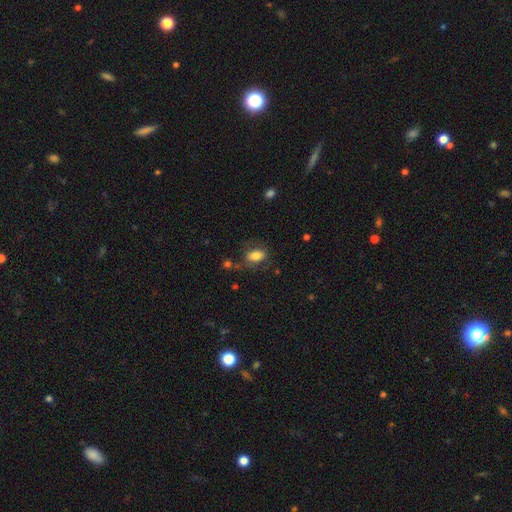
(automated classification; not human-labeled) Q: Smooth or featured?
A: smooth (77%); runner-up: featured or disk (15%)
Q: How rounded?
A: in between (86%); runner-up: round (10%)
Q: Merging?
A: none (65%); runner-up: minor disturbance (20%)